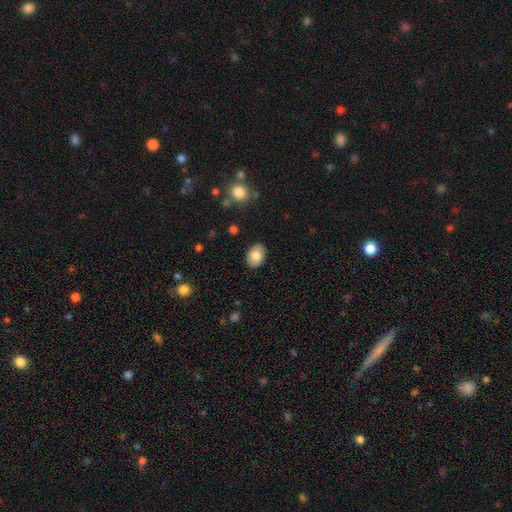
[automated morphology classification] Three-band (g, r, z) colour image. It shows a smooth galaxy with no disk features (81%) that is in between round and cigar-shaped (80%). Merging: none (87%).